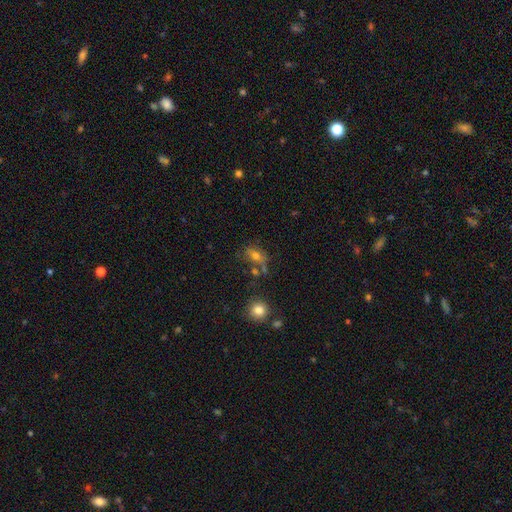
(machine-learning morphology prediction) smooth 67%, featured or disk 18%, star or artifact 14%. Down the decision tree: how rounded — in between (68%); merging — none (55%).